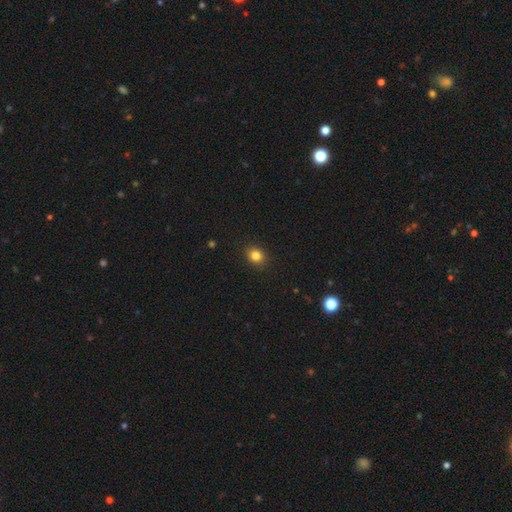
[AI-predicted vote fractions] Overall: smooth (83%). How rounded: round (72%). Merging: none (91%).